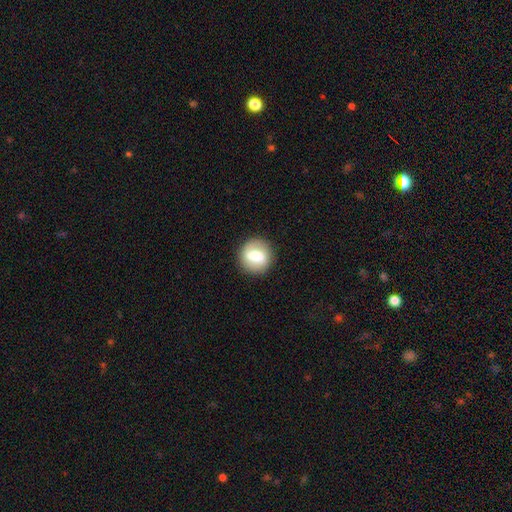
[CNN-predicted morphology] smooth-or-featured: smooth: 54% | featured or disk: 39% | star or artifact: 7%
  how-rounded: round: 86% | in between: 13% | cigar-shaped: 1%
  merging: none: 86% | minor disturbance: 9% | major disturbance: 3% | merger: 1%